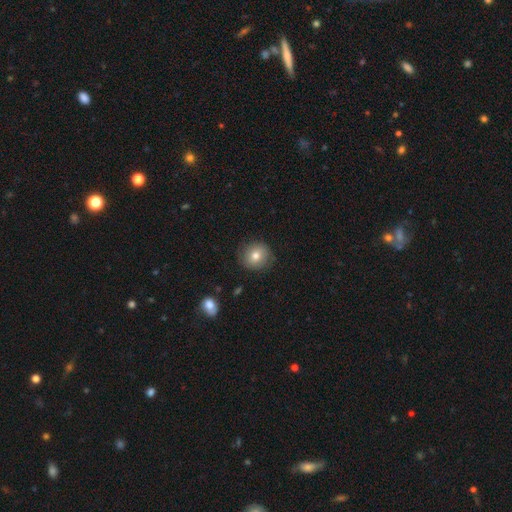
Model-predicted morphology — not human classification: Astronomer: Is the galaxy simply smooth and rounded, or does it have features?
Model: smooth — 73%.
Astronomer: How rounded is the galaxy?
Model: round — 87%.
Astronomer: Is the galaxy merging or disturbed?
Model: none — 82%.